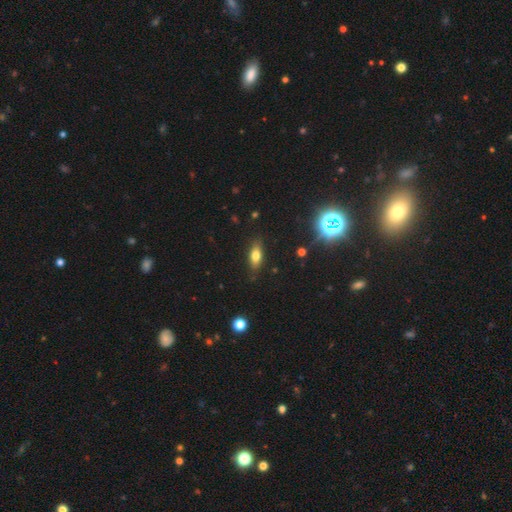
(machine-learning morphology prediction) Smooth or featured: smooth — 71% (featured or disk — 18%)
How rounded: in between — 77% (cigar-shaped — 18%)
Merging: none — 84% (minor disturbance — 12%)